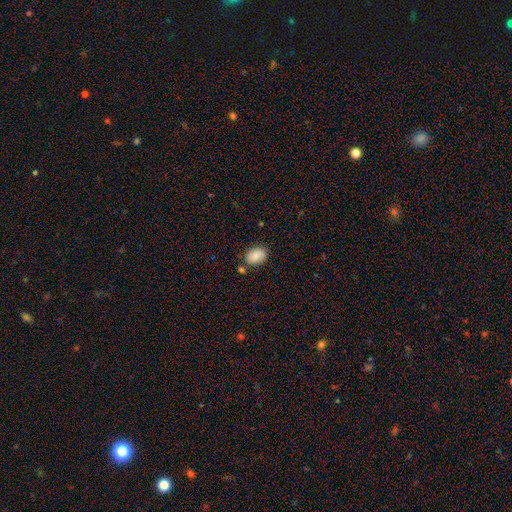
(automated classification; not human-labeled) Overall: smooth (84%). How rounded: in between (81%). Merging: none (73%).